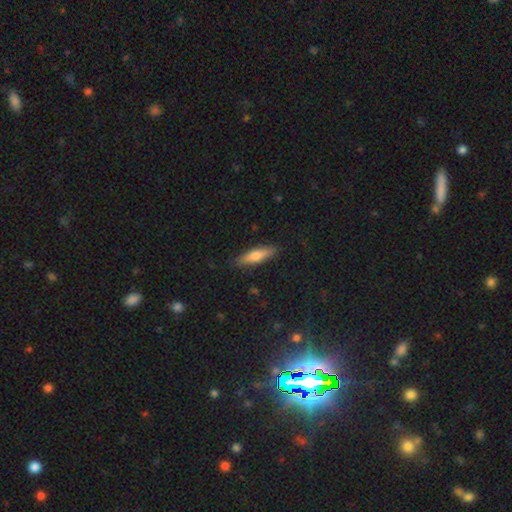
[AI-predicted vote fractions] This appears to be a smooth galaxy with no disk features (67%) that is cigar-shaped (67%). Merging: none (87%).